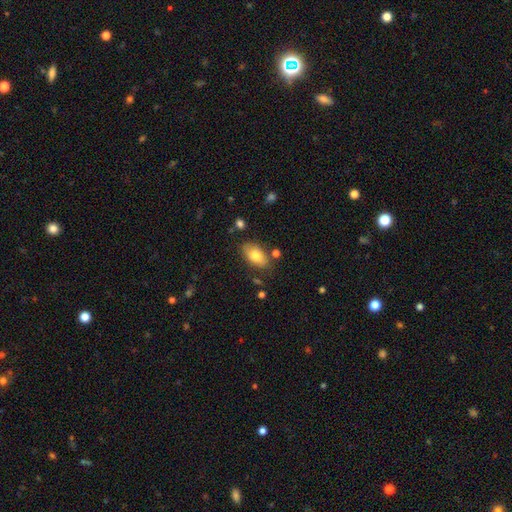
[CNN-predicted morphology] smooth-or-featured: smooth: 78% | featured or disk: 14% | star or artifact: 7%
  how-rounded: in between: 91% | round: 5% | cigar-shaped: 3%
  merging: none: 77% | minor disturbance: 16% | merger: 4% | major disturbance: 4%